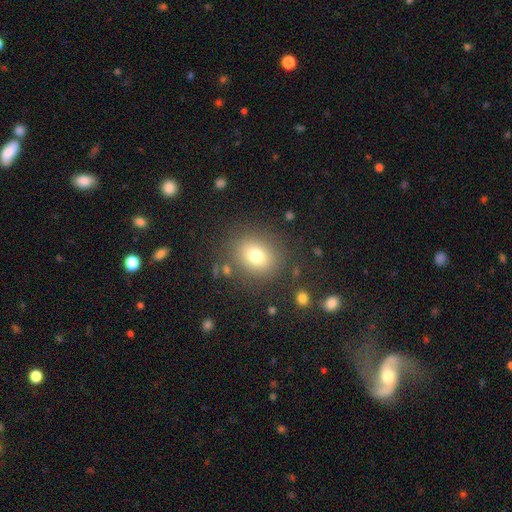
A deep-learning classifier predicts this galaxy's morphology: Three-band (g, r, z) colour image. It shows a smooth galaxy with no disk features (76%) that is round (68%). Merging: none (82%).